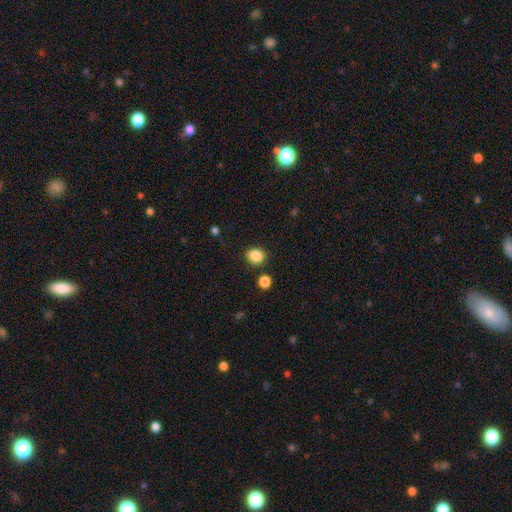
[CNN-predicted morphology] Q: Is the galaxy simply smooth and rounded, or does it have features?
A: smooth — 86%.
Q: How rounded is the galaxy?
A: round — 63%.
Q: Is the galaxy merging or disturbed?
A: none — 79%.